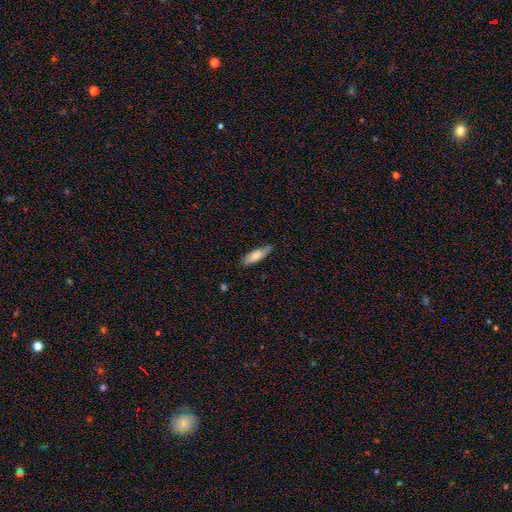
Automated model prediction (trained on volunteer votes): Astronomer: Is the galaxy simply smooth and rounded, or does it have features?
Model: smooth — 76%.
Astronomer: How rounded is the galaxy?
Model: in between — 51% (runner-up: cigar-shaped, 47%).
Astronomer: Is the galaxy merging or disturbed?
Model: none — 76%.